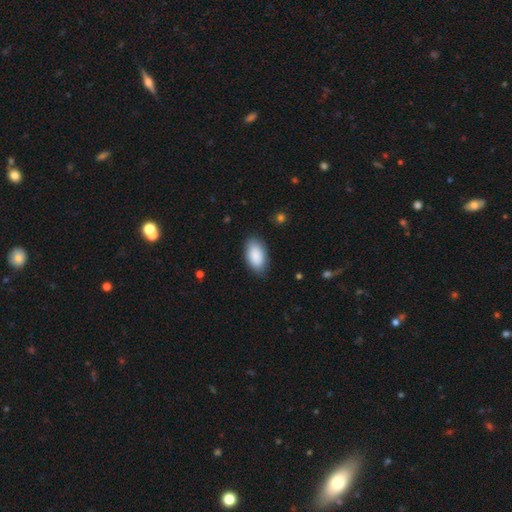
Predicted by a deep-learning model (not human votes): The model was most divided on "merging": none: 83%, minor disturbance: 13%, major disturbance: 3%, merger: 1%. More confident: how rounded — in between (95%); smooth or featured — smooth (89%).